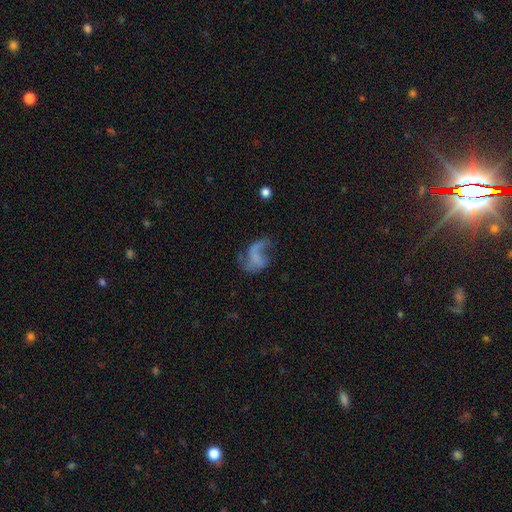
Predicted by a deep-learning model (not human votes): smooth-or-featured: featured or disk: 57% | smooth: 30% | star or artifact: 13%
  disk-edge-on: no: 98% | yes: 2%
    bar: no: 70% | weak: 21% | strong: 9%
    has-spiral-arms: yes: 56% | no: 44%
    bulge-size: none: 79% | small: 12% | moderate: 5% | large: 2% | dominant: 1%
  merging: major disturbance: 43% | none: 33% | minor disturbance: 19% | merger: 6%